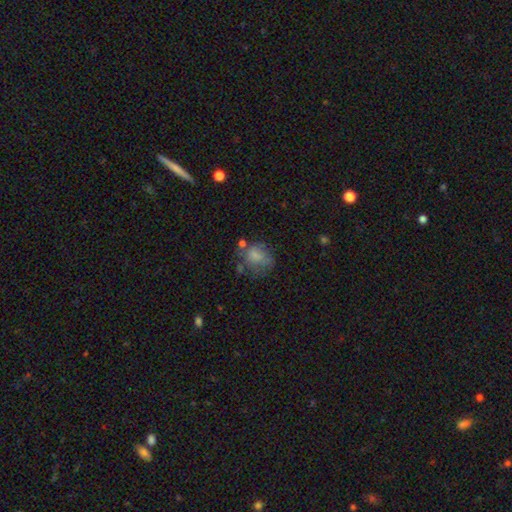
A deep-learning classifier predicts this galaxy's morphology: smooth_or_featured: smooth (p=0.68) [alt: featured or disk p=0.21]
how_rounded: in between (p=0.50) [alt: round p=0.49]
merging: none (p=0.40) [alt: minor disturbance p=0.27]